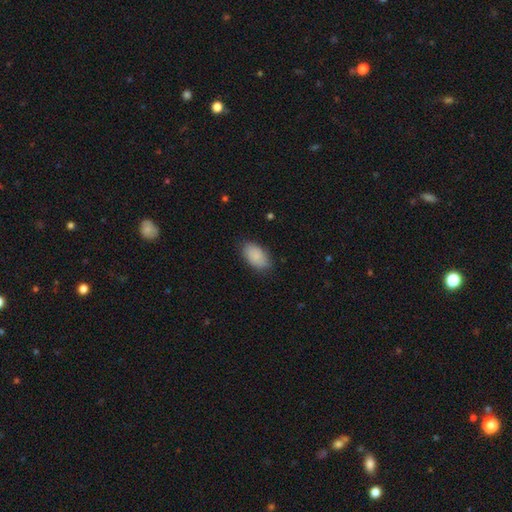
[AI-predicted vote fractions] The model was most divided on "merging": none: 81%, minor disturbance: 15%, major disturbance: 3%, merger: 1%. More confident: how rounded — in between (94%); smooth or featured — smooth (87%).